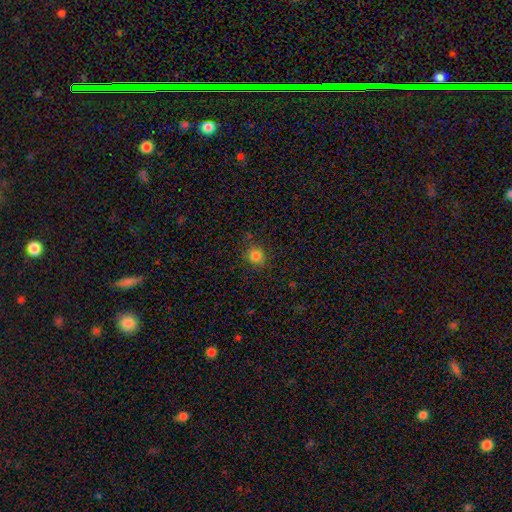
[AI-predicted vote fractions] Smooth or featured? smooth (82%)
How rounded? round (82%)
Merging? none (81%)